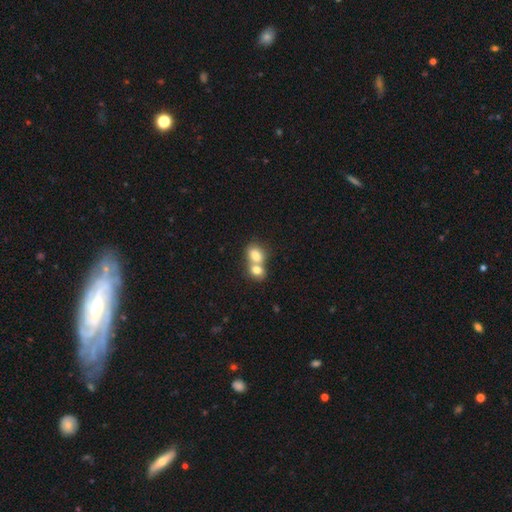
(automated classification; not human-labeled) Overall: smooth (77%). How rounded: in between (56%; round 43%). Merging: merger (72%).